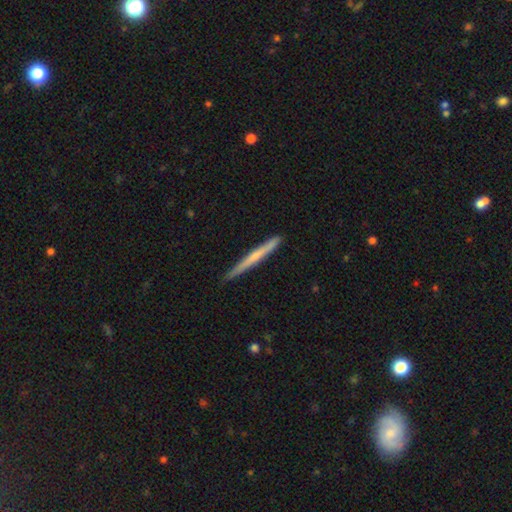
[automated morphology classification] This appears to be a featured or disk galaxy (49%). Merging: none (86%).